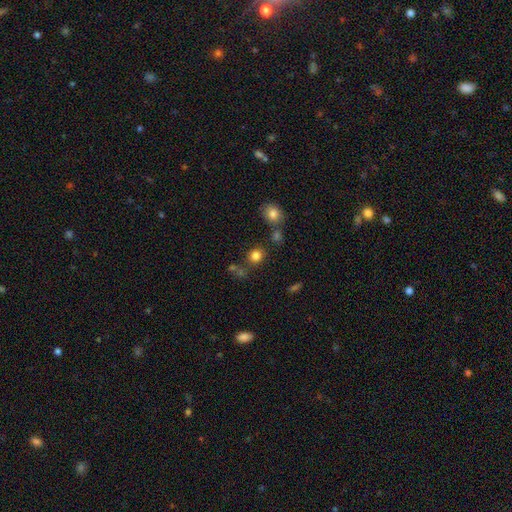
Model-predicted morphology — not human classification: Smooth or featured: smooth — 80% (star or artifact — 14%)
How rounded: round — 80% (in between — 19%)
Merging: none — 76% (merger — 11%)